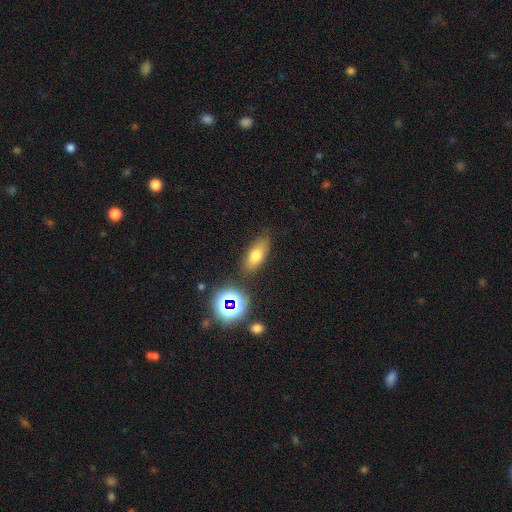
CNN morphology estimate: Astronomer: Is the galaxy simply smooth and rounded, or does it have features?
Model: smooth — 68%.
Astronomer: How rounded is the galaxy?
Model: in between — 76%.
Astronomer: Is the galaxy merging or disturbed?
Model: none — 78%.